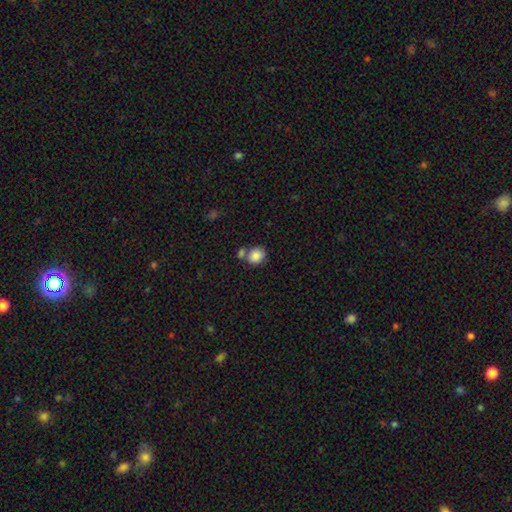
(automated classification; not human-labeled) Morphology: type=smooth (85%); roundness=round (72%); merging=none (57%).